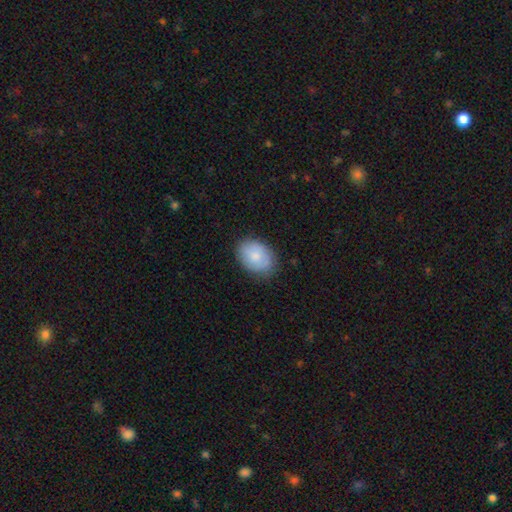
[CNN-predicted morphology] This appears to be a smooth galaxy with no disk features (79%) that is in between round and cigar-shaped (75%). Merging: none (79%).